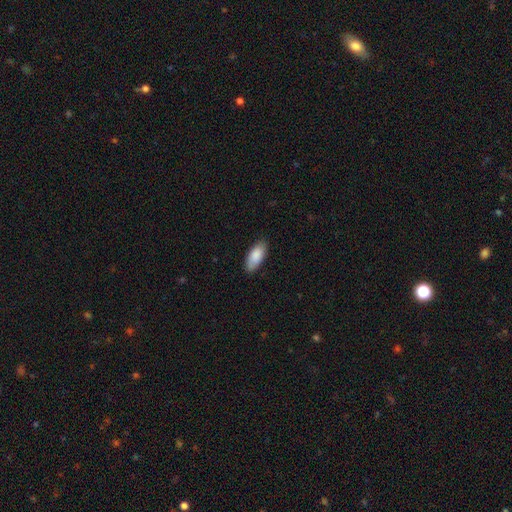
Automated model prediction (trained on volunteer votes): smooth 87%, featured or disk 7%, star or artifact 6%. Down the decision tree: how rounded — in between (86%); merging — none (85%).